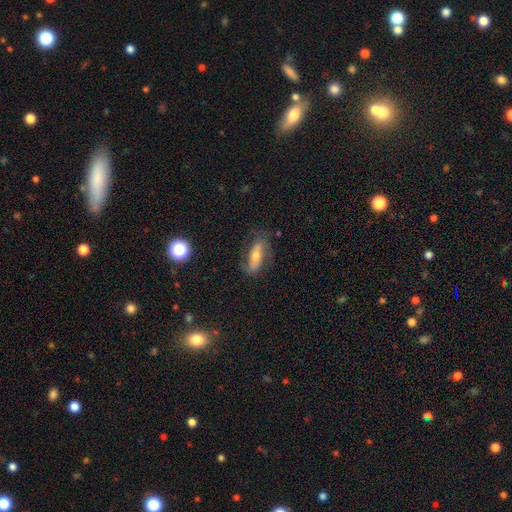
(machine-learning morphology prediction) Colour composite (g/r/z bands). It shows a featured or disk galaxy (56%). Merging: none (76%).